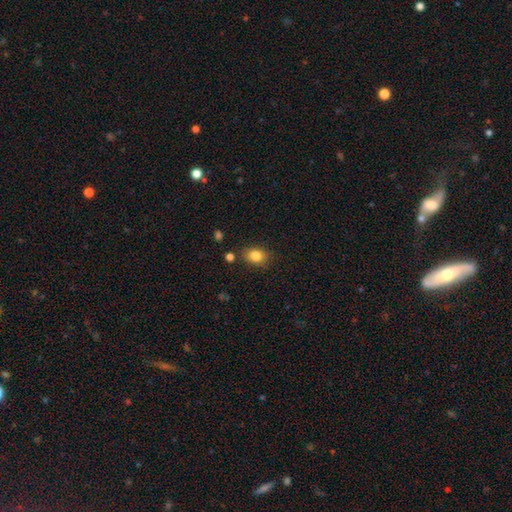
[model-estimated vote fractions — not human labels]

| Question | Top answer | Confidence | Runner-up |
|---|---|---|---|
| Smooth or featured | smooth | 84% | star or artifact (10%) |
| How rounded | in between | 67% | round (32%) |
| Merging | none | 82% | minor disturbance (12%) |